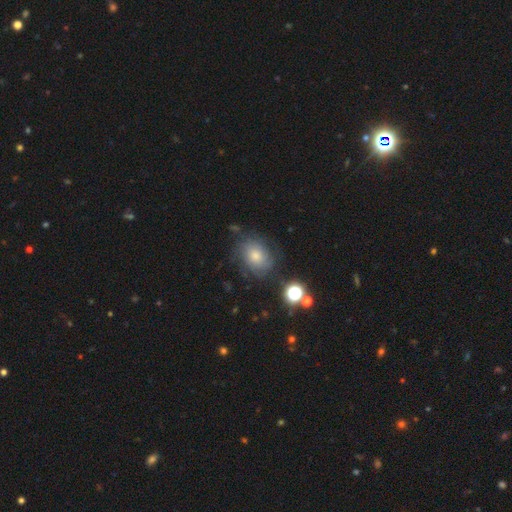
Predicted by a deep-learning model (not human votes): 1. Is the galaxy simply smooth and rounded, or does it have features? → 50% smooth, 37% featured or disk, 14% star or artifact.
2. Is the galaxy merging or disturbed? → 68% none, 19% minor disturbance, 10% major disturbance, 3% merger.